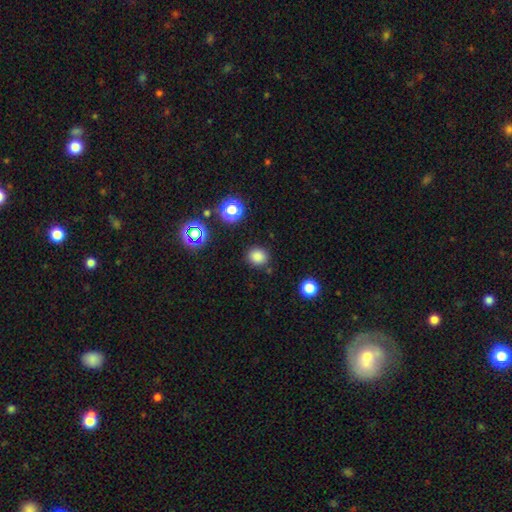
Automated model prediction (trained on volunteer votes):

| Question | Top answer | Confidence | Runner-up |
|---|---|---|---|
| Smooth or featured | smooth | 81% | star or artifact (15%) |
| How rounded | round | 77% | in between (22%) |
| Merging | none | 86% | minor disturbance (8%) |